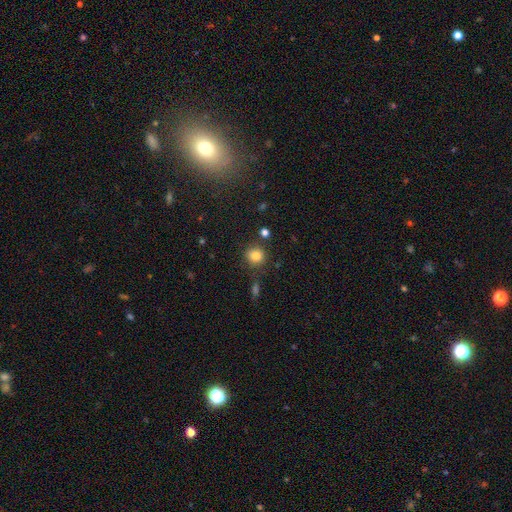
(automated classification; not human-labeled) Smooth or featured? smooth (82%)
How rounded? round (87%)
Merging? none (82%)